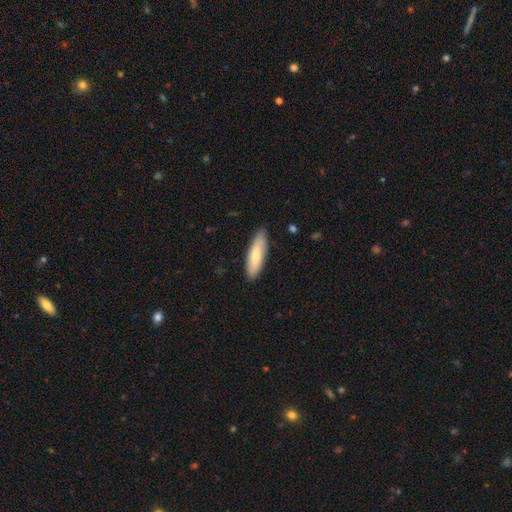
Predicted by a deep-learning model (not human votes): Morphology: type=smooth (75%); roundness=cigar-shaped (55%); merging=none (85%).